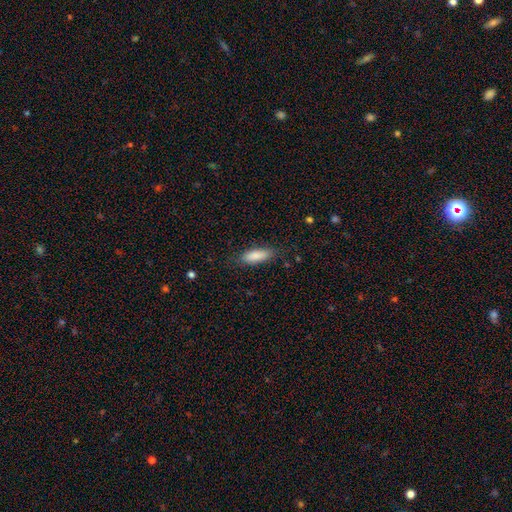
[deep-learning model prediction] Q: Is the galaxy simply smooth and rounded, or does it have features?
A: smooth — 86%.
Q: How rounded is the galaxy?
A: in between — 61%.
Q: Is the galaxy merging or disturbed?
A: none — 81%.